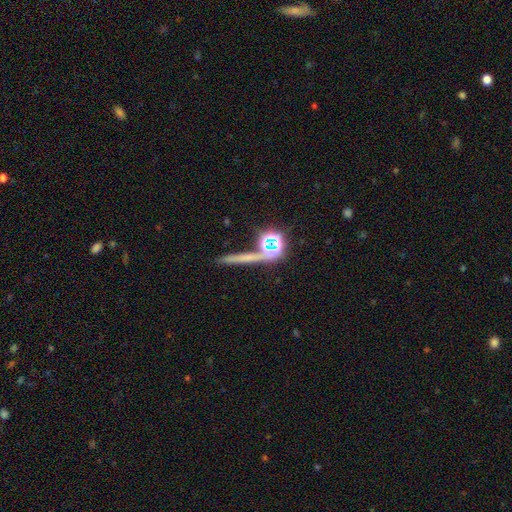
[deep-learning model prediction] Overall: star or artifact (41%; smooth 36%).